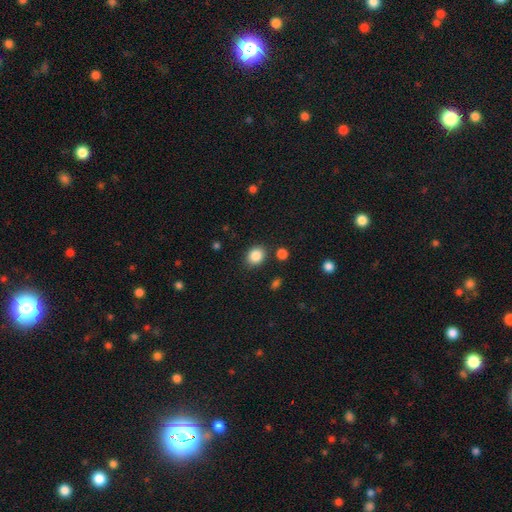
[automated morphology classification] A smooth galaxy with no disk features (86%) that is round (57%). Merging: none (83%).